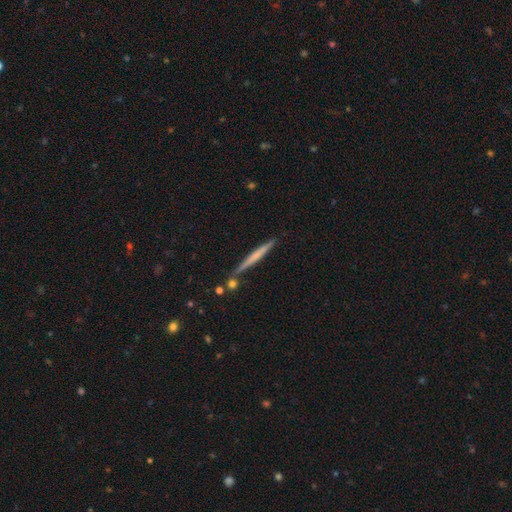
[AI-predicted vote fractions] A featured or disk galaxy (48%).

Vote fractions:
- Smooth or featured? featured or disk: 48% / smooth: 46% / star or artifact: 6%
- Merging? none: 81% / minor disturbance: 10% / merger: 6% / major disturbance: 2%